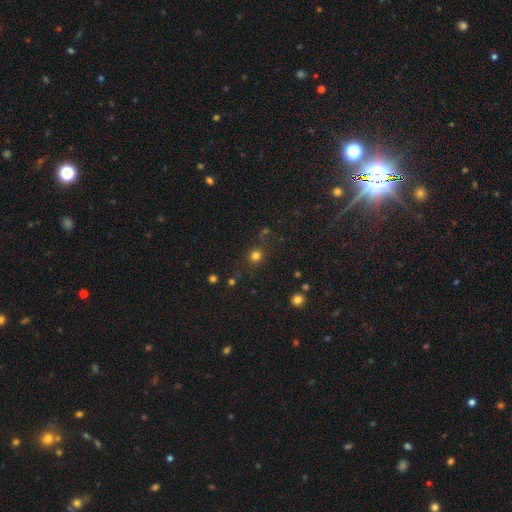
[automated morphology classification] Smooth or featured?
  - smooth: 76% *
  - star or artifact: 19%
  - featured or disk: 5%
How rounded?
  - round: 90% *
  - in between: 9%
  - cigar-shaped: 1%
Merging?
  - none: 83% *
  - minor disturbance: 10%
  - major disturbance: 4%
  - merger: 4%